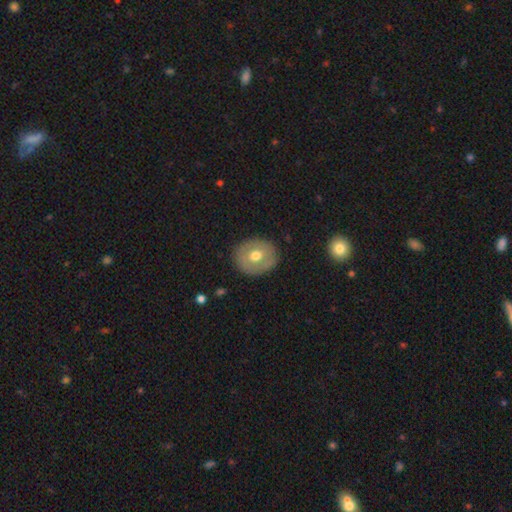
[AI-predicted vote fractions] Morphology: type=smooth (56%); roundness=round (71%); merging=none (86%).